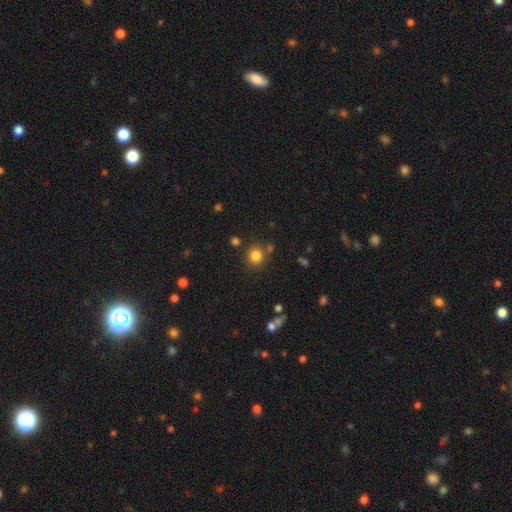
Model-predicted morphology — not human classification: Smooth or featured: smooth — 82% (star or artifact — 13%)
How rounded: round — 87% (in between — 12%)
Merging: none — 80% (minor disturbance — 9%)